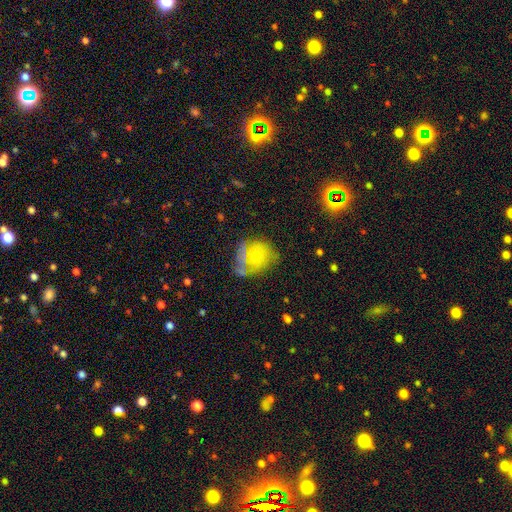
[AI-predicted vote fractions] This is likely a smooth galaxy (62%). How rounded: likely round (77%). Merging: possibly none (52%).